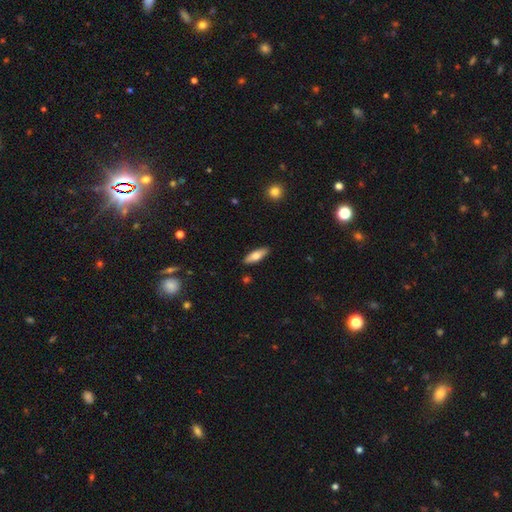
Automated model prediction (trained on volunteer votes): Smooth or featured? Predicted: smooth (p=0.68). How rounded? Predicted: in between (p=0.54). Merging? Predicted: none (p=0.89).